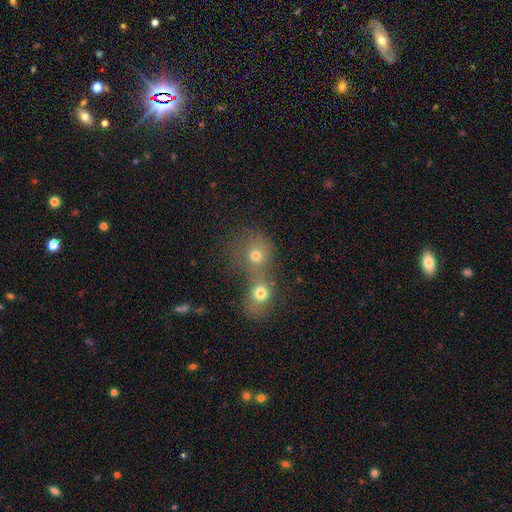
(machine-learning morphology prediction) Smooth or featured? Predicted: smooth (p=0.70). How rounded? Predicted: round (p=0.79). Merging? Predicted: merger (p=0.65).